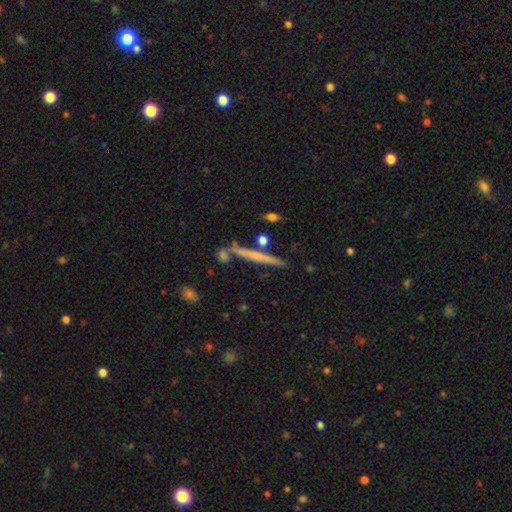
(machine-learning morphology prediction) Overall: featured or disk (50%; smooth 43%). Merging: none (81%).